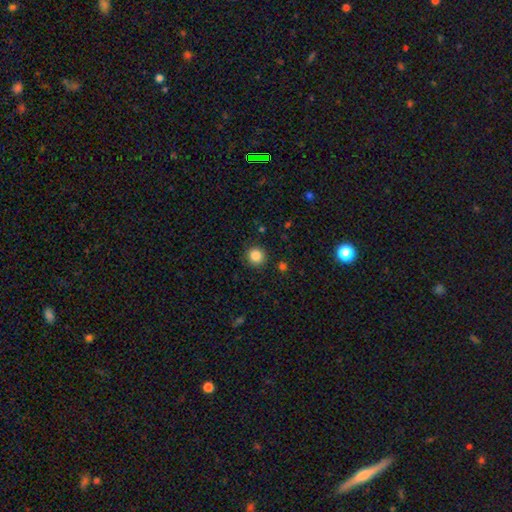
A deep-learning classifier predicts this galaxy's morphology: smooth_or_featured: smooth (p=0.86) [alt: star or artifact p=0.11]
how_rounded: round (p=0.92) [alt: in between p=0.07]
merging: none (p=0.90) [alt: minor disturbance p=0.07]